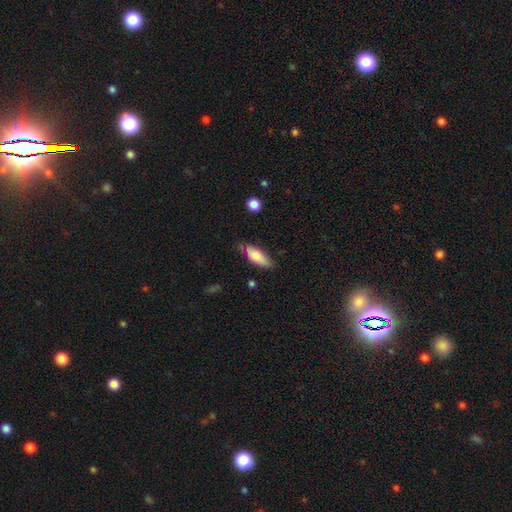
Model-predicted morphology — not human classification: smooth-or-featured: smooth: 73% | featured or disk: 21% | star or artifact: 6%
  how-rounded: in between: 66% | cigar-shaped: 32% | round: 2%
  merging: none: 68% | minor disturbance: 24% | major disturbance: 4% | merger: 3%